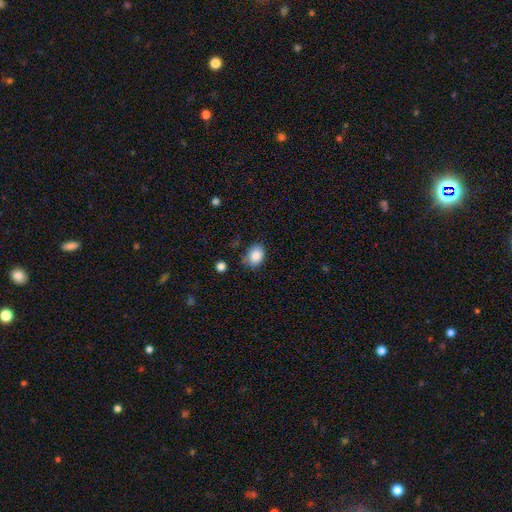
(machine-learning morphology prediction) smooth_or_featured: smooth (p=0.87) [alt: star or artifact p=0.08]
how_rounded: in between (p=0.66) [alt: round p=0.33]
merging: none (p=0.70) [alt: minor disturbance p=0.22]